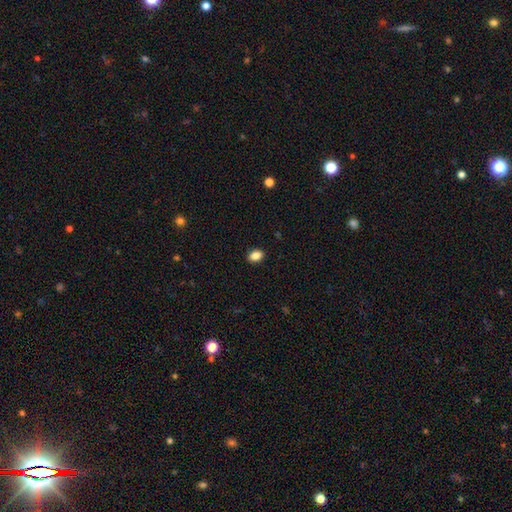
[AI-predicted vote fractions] Smooth or featured? Predicted: smooth (p=0.87). How rounded? Predicted: in between (p=0.76). Merging? Predicted: none (p=0.90).